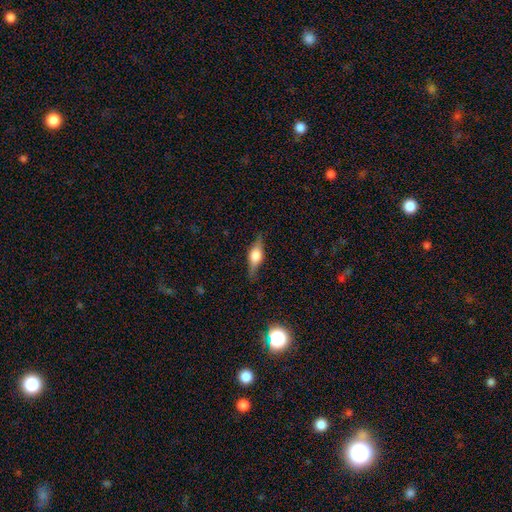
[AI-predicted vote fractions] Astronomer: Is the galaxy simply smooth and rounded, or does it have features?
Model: featured or disk — 60%.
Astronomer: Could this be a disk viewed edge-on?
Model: yes — 94%.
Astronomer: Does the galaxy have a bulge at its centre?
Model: rounded — 89%.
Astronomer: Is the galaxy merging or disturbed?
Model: none — 82%.